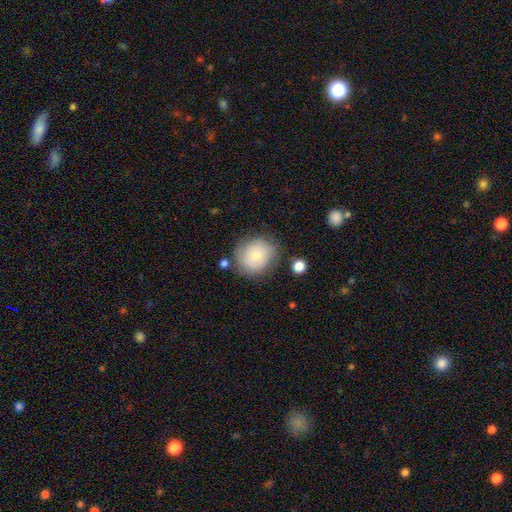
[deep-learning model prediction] The model was most divided on "smooth or featured": smooth: 72%, featured or disk: 21%, star or artifact: 8%. More confident: how rounded — round (79%); merging — none (71%).